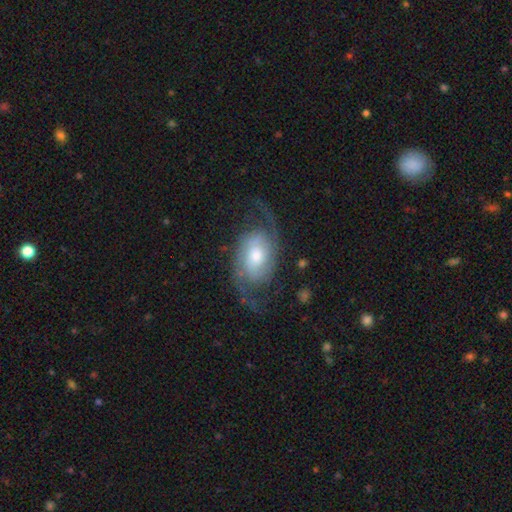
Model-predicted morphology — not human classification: This is clearly a featured or disk galaxy (86%). It is clearly not viewed edge-on (97%). Bar: likely no (61%). Spiral arm pattern: clearly yes (96%). Spiral arm count: clearly 2 (87%). Spiral winding: marginally medium (45%). Central bulge: possibly moderate (57%). Merging: likely none (68%).